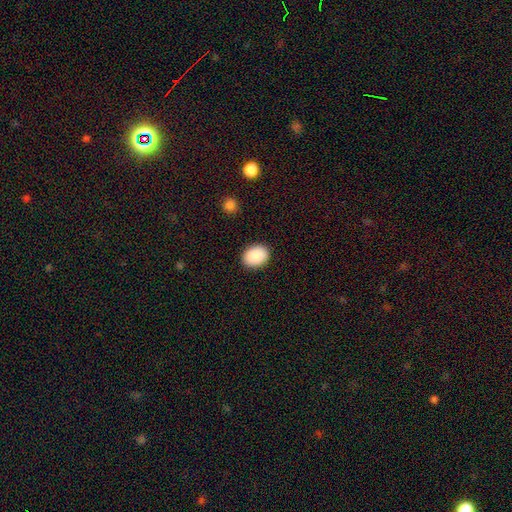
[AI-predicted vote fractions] smooth-or-featured: smooth: 90% | star or artifact: 7% | featured or disk: 3%
  how-rounded: in between: 68% | round: 32% | cigar-shaped: 1%
  merging: none: 89% | minor disturbance: 8% | major disturbance: 2% | merger: 1%